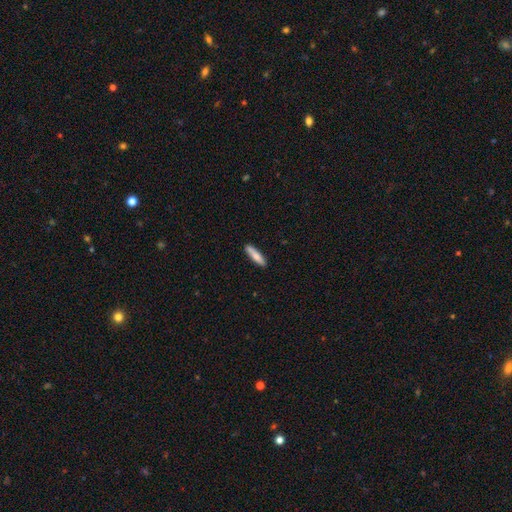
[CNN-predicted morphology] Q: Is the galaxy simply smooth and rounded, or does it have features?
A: smooth — 76%.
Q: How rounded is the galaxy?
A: cigar-shaped — 84%.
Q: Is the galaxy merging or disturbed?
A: none — 87%.